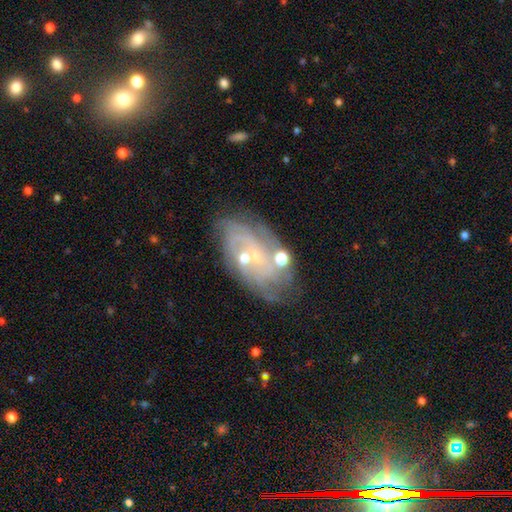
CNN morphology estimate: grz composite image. It shows a featured or disk galaxy (77%) with no bar (69%), tight (63%) spiral arms (90%) and a small central bulge (73%). Merging: none (67%).